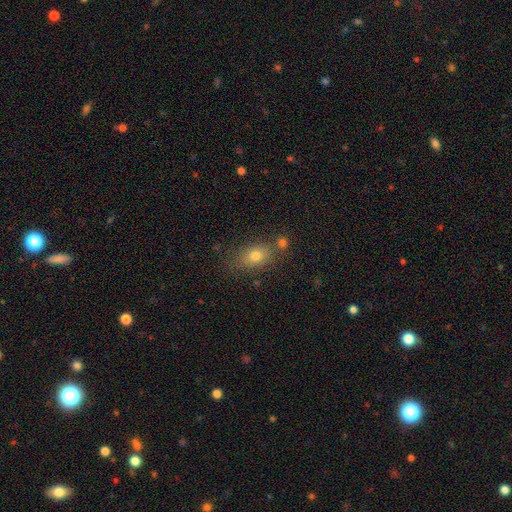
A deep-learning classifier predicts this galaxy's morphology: Smooth or featured? smooth (75%)
How rounded? in between (76%)
Merging? none (69%)